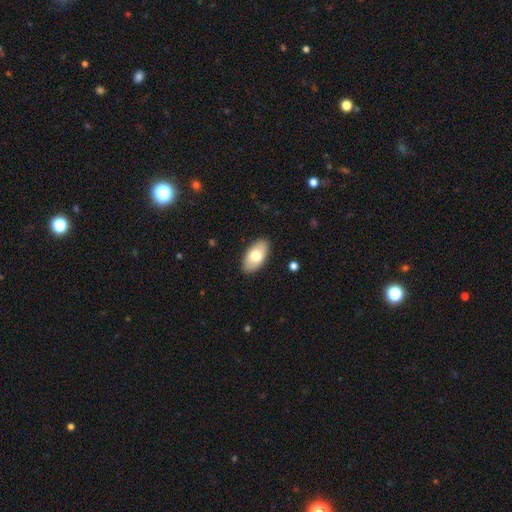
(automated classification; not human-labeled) Smooth or featured?
  - smooth: 74% *
  - featured or disk: 21%
  - star or artifact: 6%
How rounded?
  - in between: 95% *
  - round: 3%
  - cigar-shaped: 2%
Merging?
  - none: 88% *
  - minor disturbance: 9%
  - major disturbance: 2%
  - merger: 1%